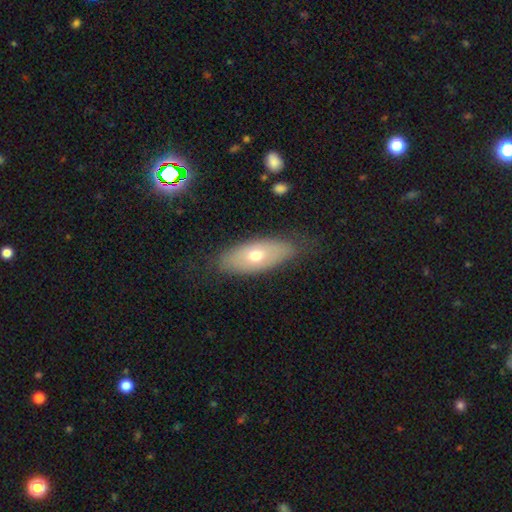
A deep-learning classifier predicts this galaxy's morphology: type=smooth (60%); roundness=in between (82%); merging=none (76%).